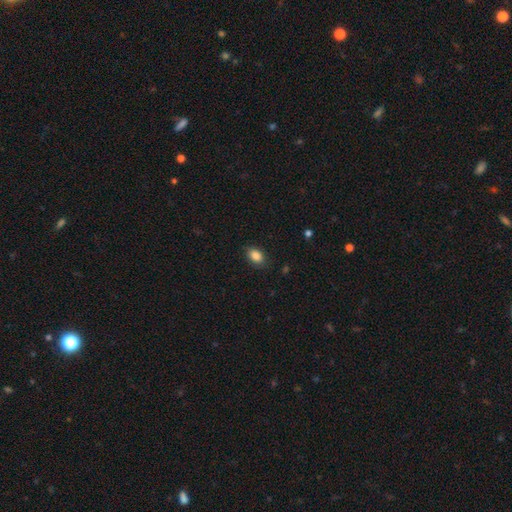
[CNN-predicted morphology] Smooth or featured? smooth (88%)
How rounded? in between (81%)
Merging? none (84%)